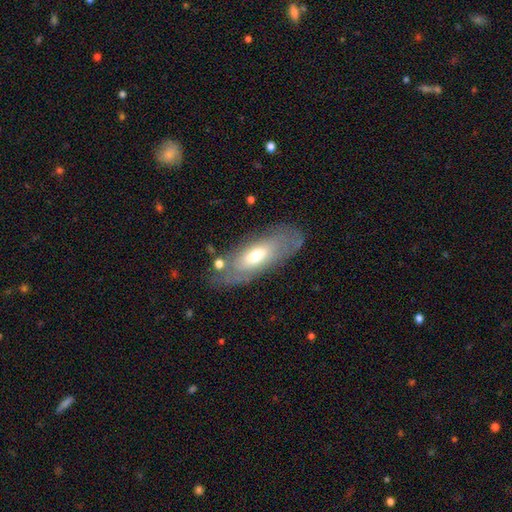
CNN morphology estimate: Smooth or featured? featured or disk (47%)
Merging? none (73%)